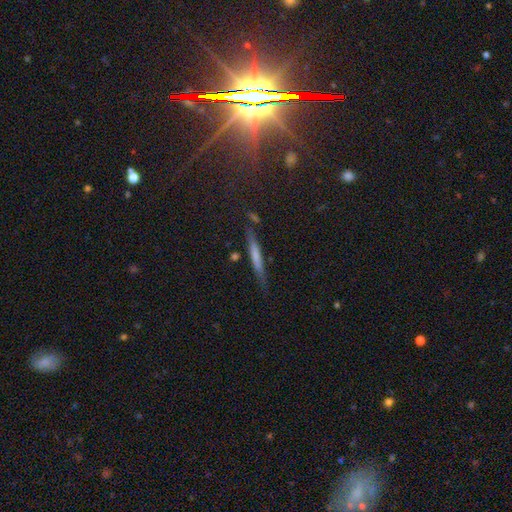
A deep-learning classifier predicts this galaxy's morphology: smooth 54%, featured or disk 35%, star or artifact 11%. Down the decision tree: how rounded — cigar-shaped (93%); merging — none (79%).